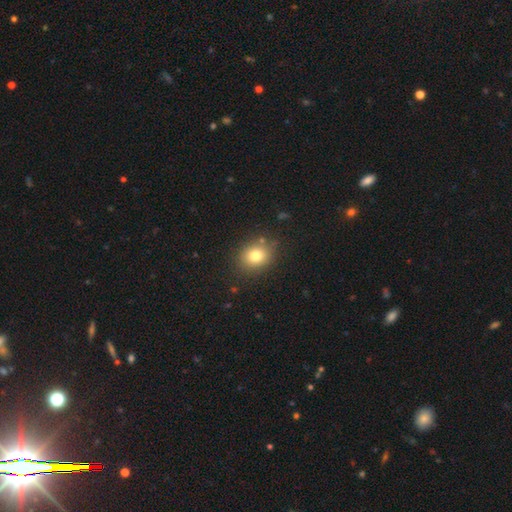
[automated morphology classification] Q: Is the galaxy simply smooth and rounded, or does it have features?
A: smooth — 78%.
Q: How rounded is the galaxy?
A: round — 61%.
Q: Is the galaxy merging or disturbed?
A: none — 83%.